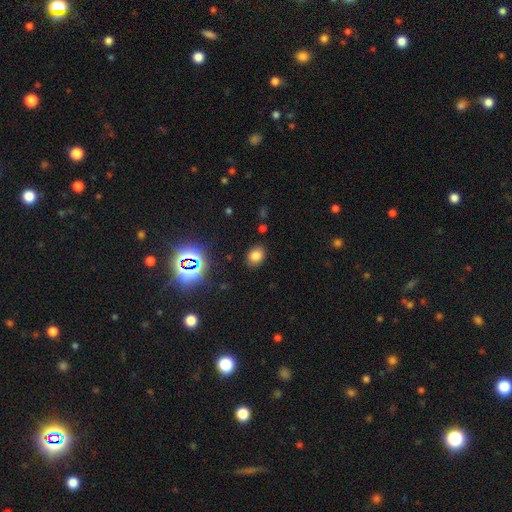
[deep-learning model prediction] This is likely a smooth galaxy (75%). How rounded: likely in between (61%). Merging: clearly none (84%).